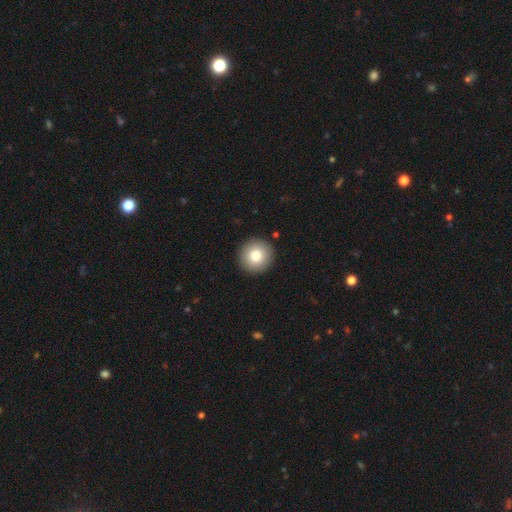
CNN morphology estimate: Q: Smooth or featured?
A: smooth (81%); runner-up: featured or disk (10%)
Q: How rounded?
A: round (95%); runner-up: in between (4%)
Q: Merging?
A: none (92%); runner-up: minor disturbance (5%)